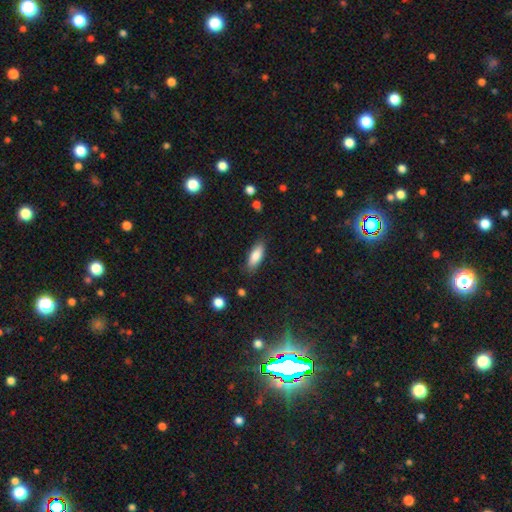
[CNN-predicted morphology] The model was most divided on "how rounded": in between: 69%, cigar-shaped: 29%, round: 2%. More confident: merging — none (84%); smooth or featured — smooth (83%).